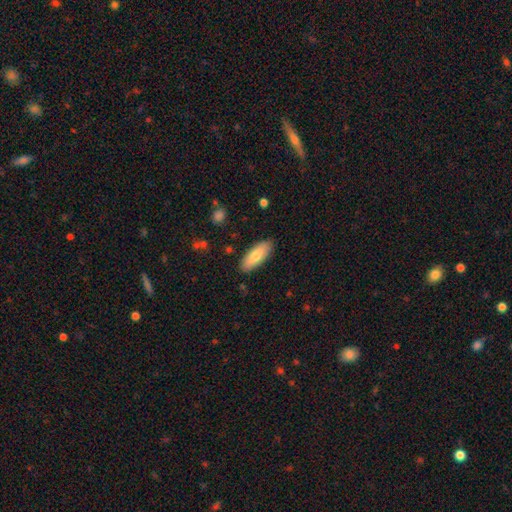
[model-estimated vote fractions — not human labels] smooth-or-featured: smooth: 76% | featured or disk: 18% | star or artifact: 6%
  how-rounded: in between: 71% | cigar-shaped: 27% | round: 2%
  merging: none: 88% | minor disturbance: 9% | major disturbance: 2% | merger: 1%